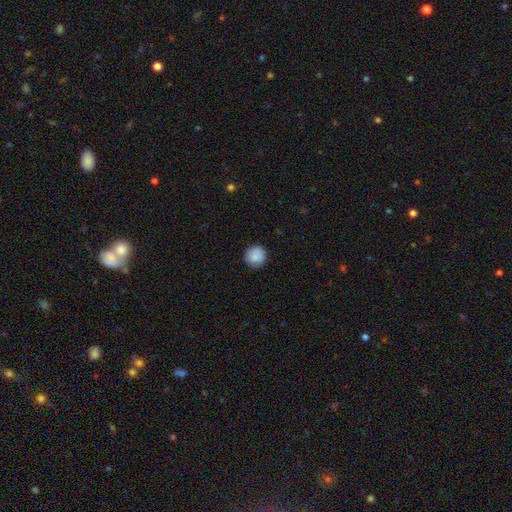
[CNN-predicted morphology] Smooth or featured?
  - smooth: 87% *
  - star or artifact: 8%
  - featured or disk: 6%
How rounded?
  - round: 94% *
  - in between: 5%
  - cigar-shaped: 1%
Merging?
  - none: 88% *
  - minor disturbance: 9%
  - major disturbance: 2%
  - merger: 1%